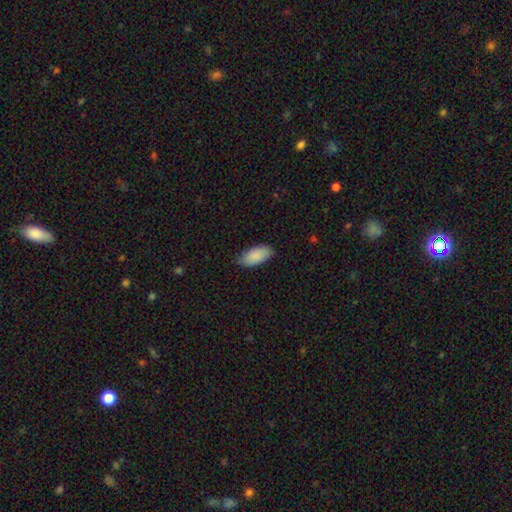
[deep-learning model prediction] Smooth or featured?
  - smooth: 89% *
  - featured or disk: 6%
  - star or artifact: 6%
How rounded?
  - in between: 91% *
  - cigar-shaped: 7%
  - round: 2%
Merging?
  - none: 80% *
  - minor disturbance: 17%
  - major disturbance: 3%
  - merger: 1%